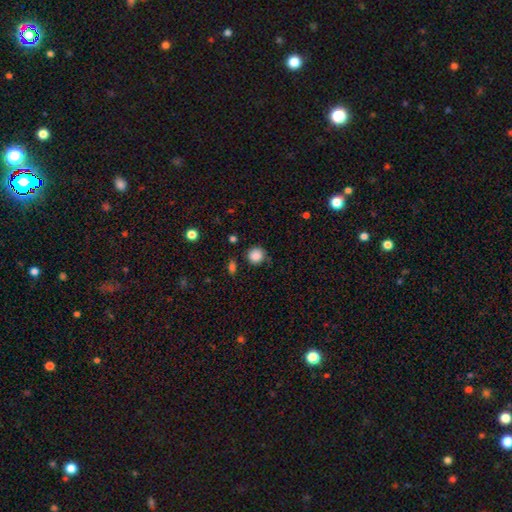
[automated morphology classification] smooth 86%, star or artifact 10%, featured or disk 4%. Down the decision tree: how rounded — round (90%); merging — none (79%).